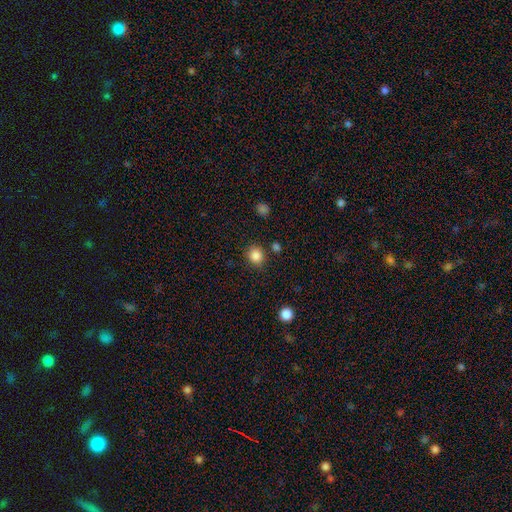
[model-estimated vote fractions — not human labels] This appears to be a smooth galaxy with no disk features (86%) that is round (81%). Merging: none (84%).